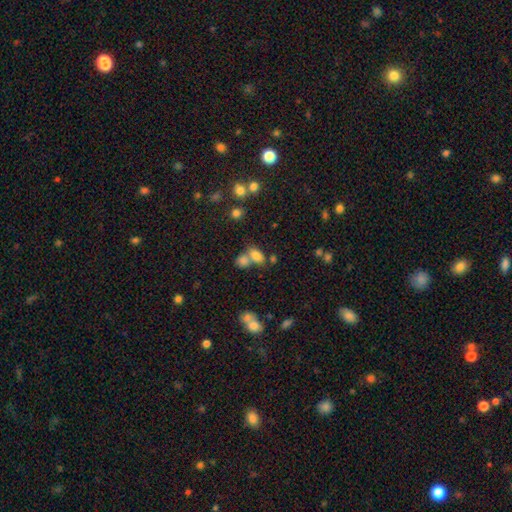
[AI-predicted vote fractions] Overall: smooth (77%). How rounded: in between (85%). Merging: merger (44%; none 41%).